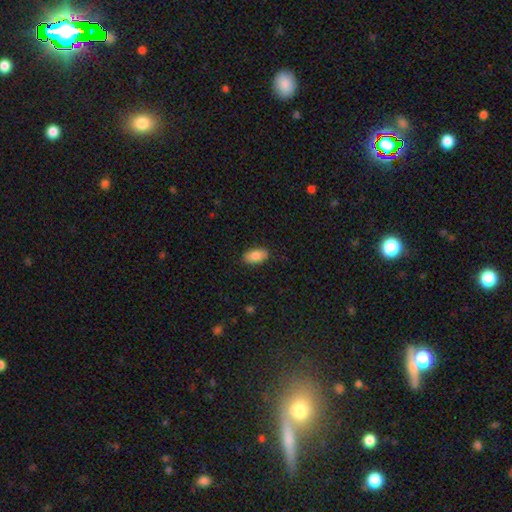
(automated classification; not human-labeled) The model was most divided on "smooth or featured": smooth: 85%, featured or disk: 8%, star or artifact: 7%. More confident: how rounded — in between (93%); merging — none (87%).